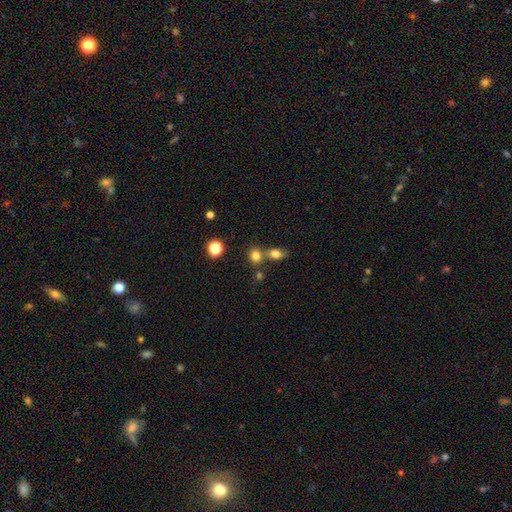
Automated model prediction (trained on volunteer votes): Q: Smooth or featured?
A: smooth (78%); runner-up: star or artifact (14%)
Q: How rounded?
A: round (65%); runner-up: in between (34%)
Q: Merging?
A: none (52%); runner-up: merger (35%)